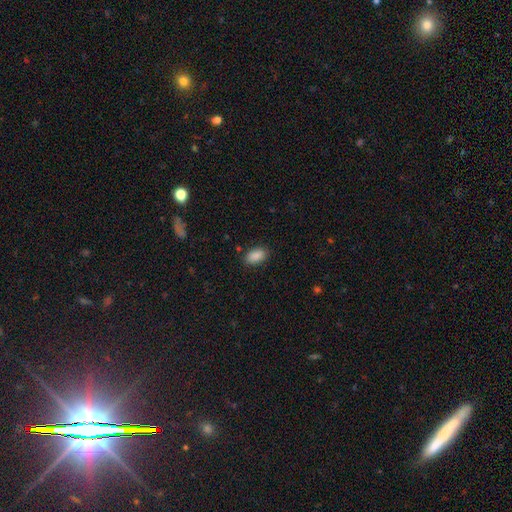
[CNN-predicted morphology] The model was most divided on "merging": none: 85%, minor disturbance: 11%, major disturbance: 3%, merger: 1%. More confident: how rounded — in between (92%); smooth or featured — smooth (89%).